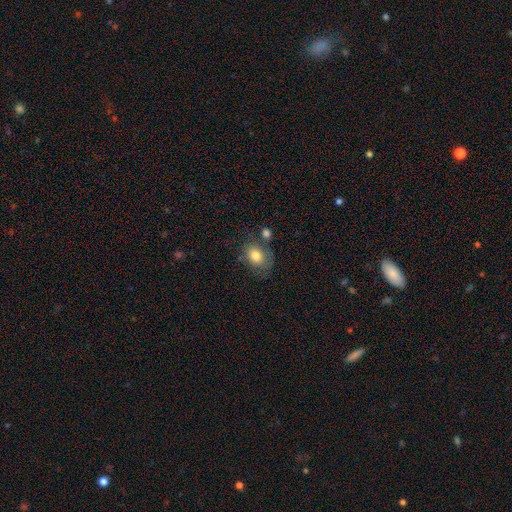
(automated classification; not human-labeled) smooth 76%, featured or disk 16%, star or artifact 8%. Down the decision tree: how rounded — in between (62%); merging — none (57%).